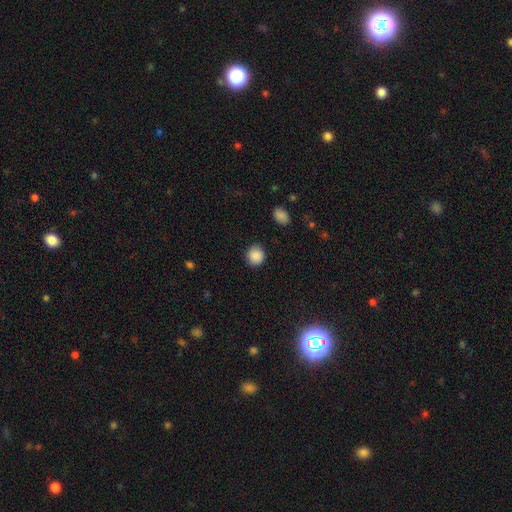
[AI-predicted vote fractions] Q: Smooth or featured?
A: smooth (88%); runner-up: star or artifact (9%)
Q: How rounded?
A: round (86%); runner-up: in between (13%)
Q: Merging?
A: none (89%); runner-up: minor disturbance (8%)